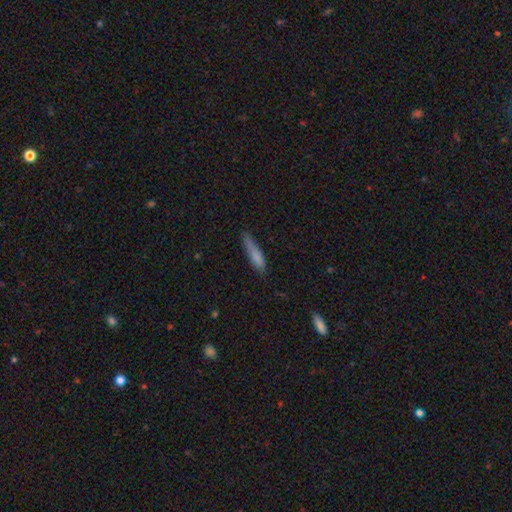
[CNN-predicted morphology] The model was most divided on "merging": none: 66%, minor disturbance: 26%, major disturbance: 6%, merger: 2%. More confident: how rounded — cigar-shaped (84%); smooth or featured — smooth (80%).